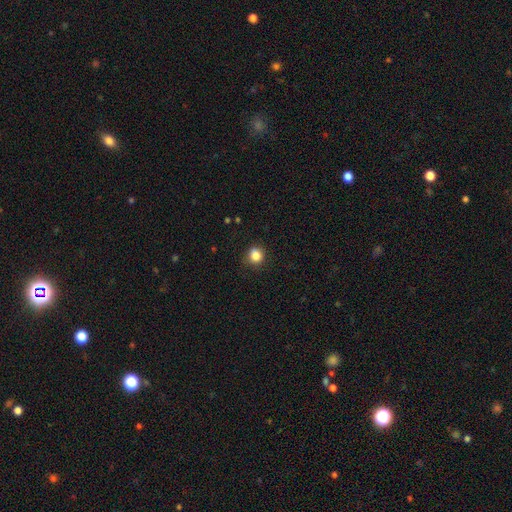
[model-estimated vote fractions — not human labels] smooth-or-featured: smooth: 85% | star or artifact: 11% | featured or disk: 4%
  how-rounded: round: 83% | in between: 16% | cigar-shaped: 1%
  merging: none: 86% | minor disturbance: 10% | major disturbance: 3% | merger: 1%